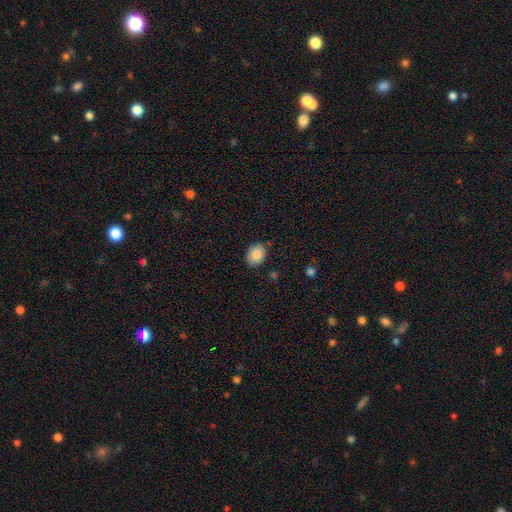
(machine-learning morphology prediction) Smooth or featured: smooth — 86% (star or artifact — 8%)
How rounded: in between — 63% (round — 36%)
Merging: none — 82% (minor disturbance — 14%)